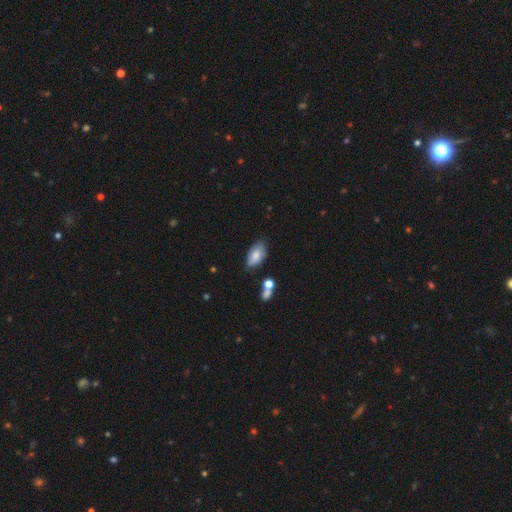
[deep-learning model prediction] smooth_or_featured: smooth (p=0.81) [alt: featured or disk p=0.12]
how_rounded: in between (p=0.93) [alt: round p=0.04]
merging: none (p=0.65) [alt: minor disturbance p=0.24]